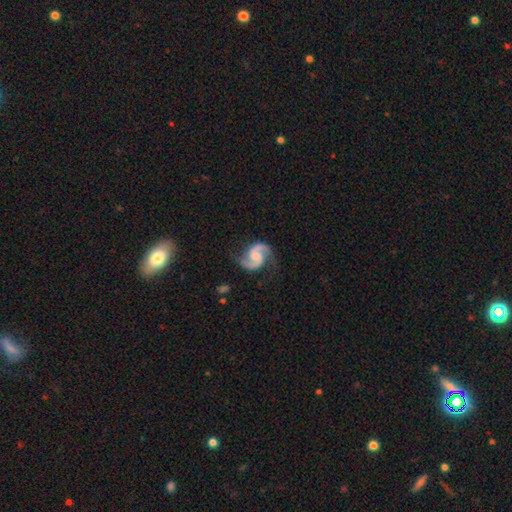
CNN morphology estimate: smooth-or-featured: featured or disk: 92% | star or artifact: 4% | smooth: 4%
  disk-edge-on: no: 98% | yes: 2%
    bar: no: 48% | weak: 40% | strong: 12%
    has-spiral-arms: yes: 98% | no: 2%
      spiral-winding: medium: 58% | loose: 27% | tight: 15%
      spiral-arm-count: 2: 94% | can't tell: 1% | 1: 1% | 3: 1% | 4: 1% | more than 4: 1%
    bulge-size: none: 46% | small: 24% | moderate: 23% | large: 6% | dominant: 1%
  merging: none: 77% | minor disturbance: 15% | major disturbance: 6% | merger: 2%